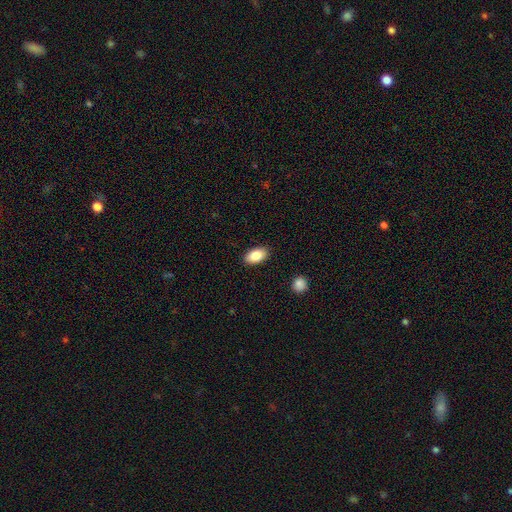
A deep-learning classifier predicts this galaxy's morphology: Smooth or featured?
  - smooth: 86% *
  - star or artifact: 7%
  - featured or disk: 7%
How rounded?
  - in between: 94% *
  - round: 5%
  - cigar-shaped: 2%
Merging?
  - none: 89% *
  - minor disturbance: 8%
  - major disturbance: 2%
  - merger: 1%